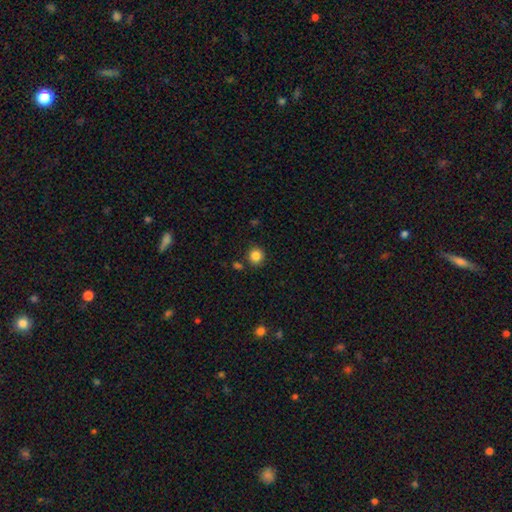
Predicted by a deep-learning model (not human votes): A smooth galaxy with no disk features (85%) that is round (90%). Merging: none (86%).